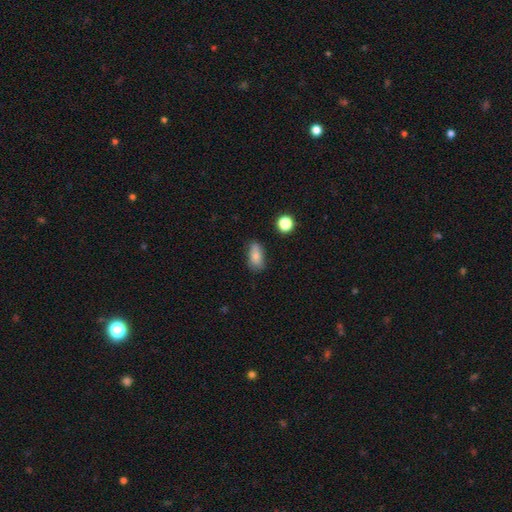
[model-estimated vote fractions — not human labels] This is likely a smooth galaxy (78%). How rounded: clearly in between (87%). Merging: likely none (74%).